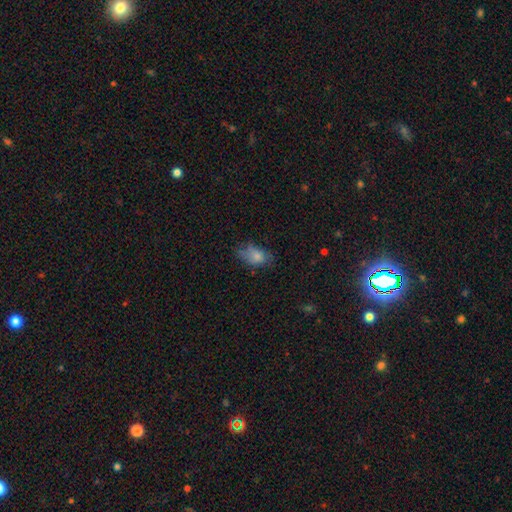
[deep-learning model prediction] smooth 75%, featured or disk 15%, star or artifact 10%. Down the decision tree: how rounded — in between (87%); merging — none (46%).